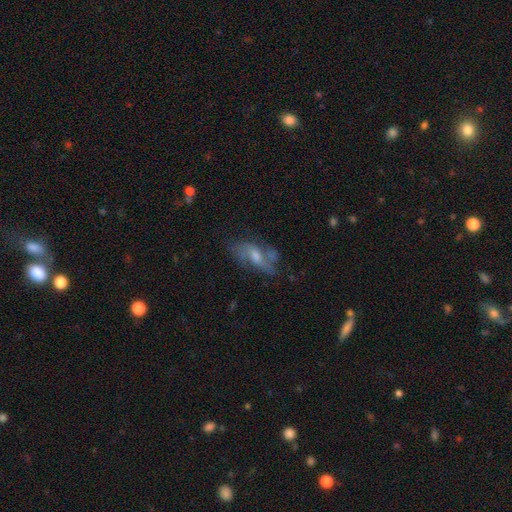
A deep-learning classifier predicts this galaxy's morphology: smooth_or_featured: featured or disk (p=0.61) [alt: smooth p=0.28]
disk_edge_on: no (p=0.88) [alt: yes p=0.12]
bar: no (p=0.50) [alt: weak p=0.40]
has_spiral_arms: yes (p=0.71) [alt: no p=0.29]
bulge_size: moderate (p=0.54) [alt: small p=0.28]
merging: none (p=0.52) [alt: minor disturbance p=0.23]